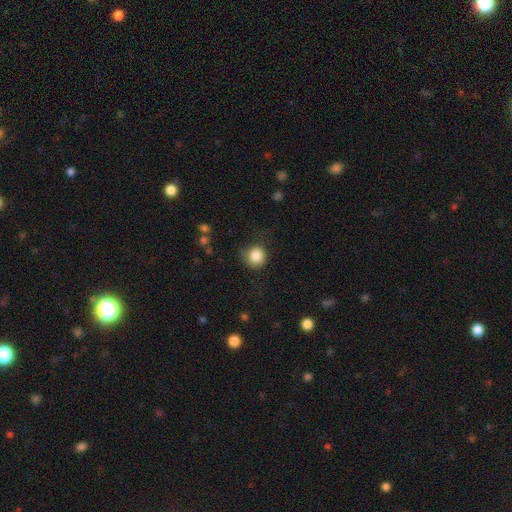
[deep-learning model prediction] Smooth or featured: smooth — 84% (star or artifact — 10%)
How rounded: round — 89% (in between — 10%)
Merging: none — 71% (minor disturbance — 20%)